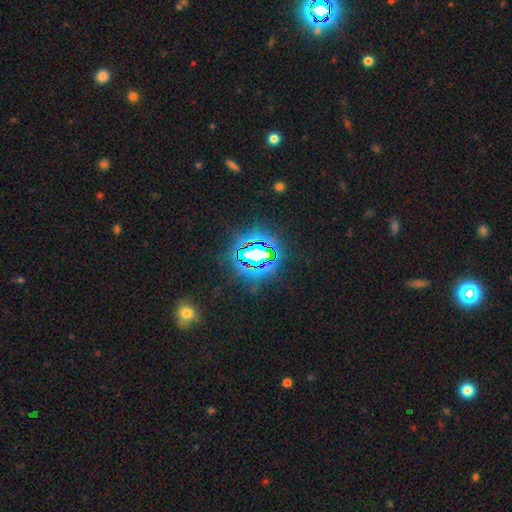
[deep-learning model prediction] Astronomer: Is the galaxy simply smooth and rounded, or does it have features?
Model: star or artifact — 78%.